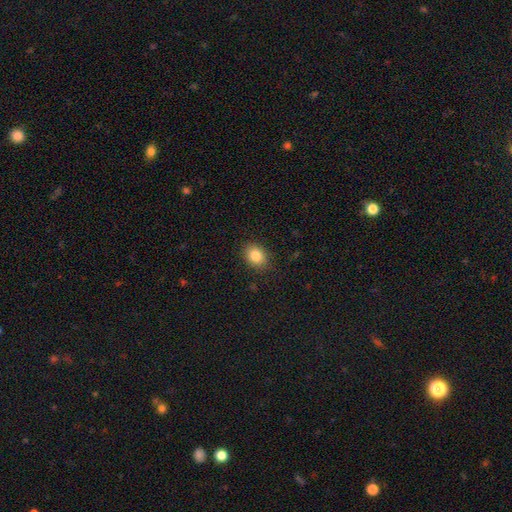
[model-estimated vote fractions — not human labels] smooth-or-featured: smooth: 84% | star or artifact: 9% | featured or disk: 6%
  how-rounded: in between: 56% | round: 43% | cigar-shaped: 1%
  merging: none: 87% | minor disturbance: 9% | major disturbance: 3% | merger: 1%